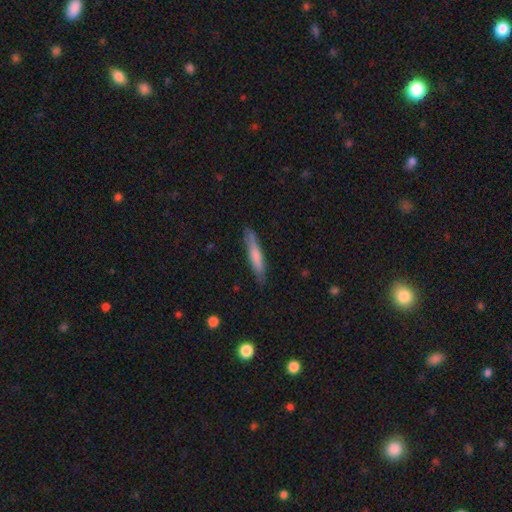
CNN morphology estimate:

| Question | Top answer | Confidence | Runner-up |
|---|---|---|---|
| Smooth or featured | smooth | 67% | featured or disk (28%) |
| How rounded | cigar-shaped | 92% | in between (7%) |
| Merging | none | 83% | minor disturbance (13%) |